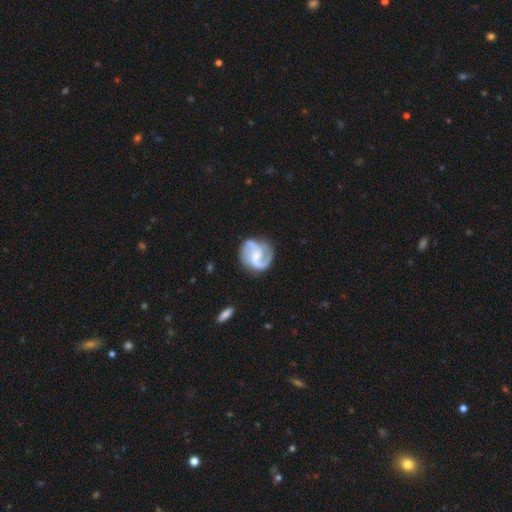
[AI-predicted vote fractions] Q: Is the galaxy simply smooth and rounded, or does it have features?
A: featured or disk — 83%.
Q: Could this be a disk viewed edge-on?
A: no — 98%.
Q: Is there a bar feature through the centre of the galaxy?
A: weak — 47%.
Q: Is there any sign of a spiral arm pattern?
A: yes — 96%.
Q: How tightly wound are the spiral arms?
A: medium — 49%.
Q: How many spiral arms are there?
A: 2 — 83%.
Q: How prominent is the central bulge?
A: small — 46%.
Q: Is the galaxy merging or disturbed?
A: none — 71%.